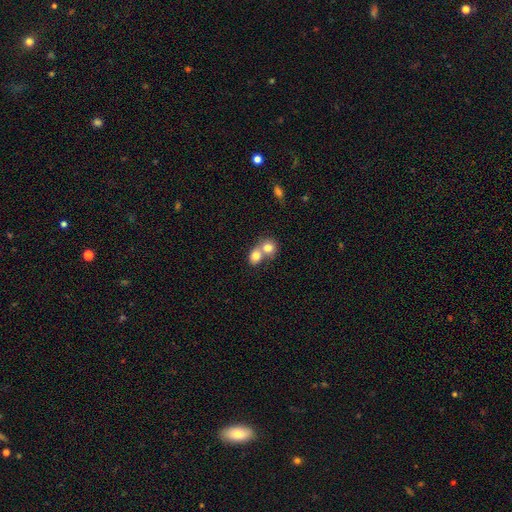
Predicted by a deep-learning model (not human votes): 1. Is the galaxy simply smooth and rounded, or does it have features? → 76% smooth, 15% featured or disk, 9% star or artifact.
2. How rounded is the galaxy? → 64% round, 35% in between, 1% cigar-shaped.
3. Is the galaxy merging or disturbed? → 69% merger, 24% none, 5% minor disturbance, 2% major disturbance.